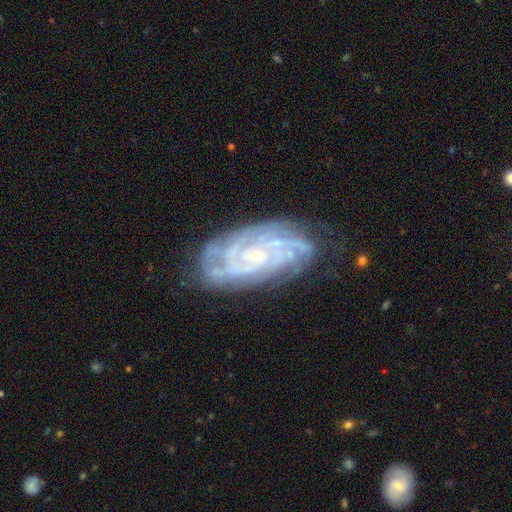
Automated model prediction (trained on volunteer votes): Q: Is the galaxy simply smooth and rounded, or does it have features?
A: featured or disk — 87%.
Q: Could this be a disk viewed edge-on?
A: no — 95%.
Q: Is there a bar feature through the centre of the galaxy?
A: no — 71%.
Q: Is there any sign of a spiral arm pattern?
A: yes — 96%.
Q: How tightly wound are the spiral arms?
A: tight — 71%.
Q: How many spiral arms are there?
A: can't tell — 30%.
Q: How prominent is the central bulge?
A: small — 76%.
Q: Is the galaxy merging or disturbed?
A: none — 73%.